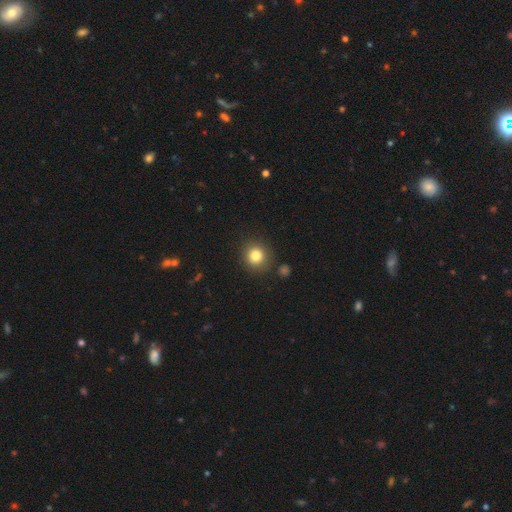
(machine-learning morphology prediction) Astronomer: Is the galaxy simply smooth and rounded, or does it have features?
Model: smooth — 82%.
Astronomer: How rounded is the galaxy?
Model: round — 87%.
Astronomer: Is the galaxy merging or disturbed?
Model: none — 87%.